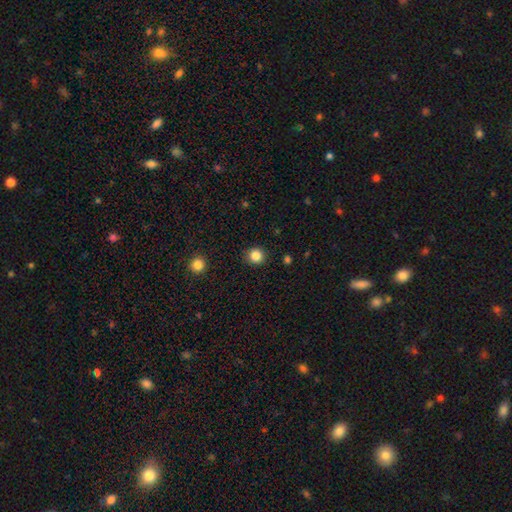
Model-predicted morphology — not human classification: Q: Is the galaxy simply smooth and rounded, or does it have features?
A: smooth — 85%.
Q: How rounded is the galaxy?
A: round — 92%.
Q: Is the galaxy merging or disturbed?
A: none — 91%.